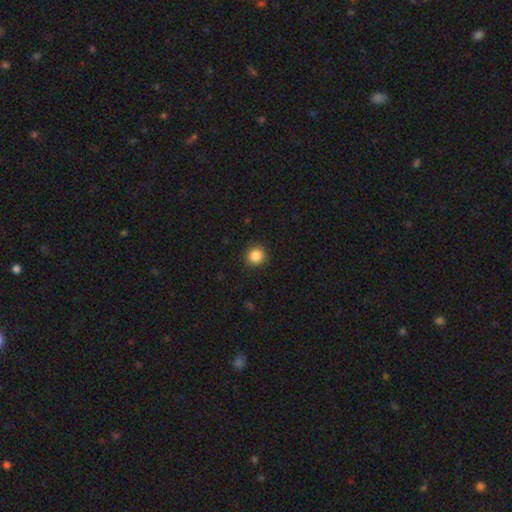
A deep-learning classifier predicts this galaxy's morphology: smooth-or-featured: smooth: 86% | star or artifact: 10% | featured or disk: 4%
  how-rounded: round: 94% | in between: 5% | cigar-shaped: 1%
  merging: none: 92% | minor disturbance: 5% | major disturbance: 2% | merger: 1%